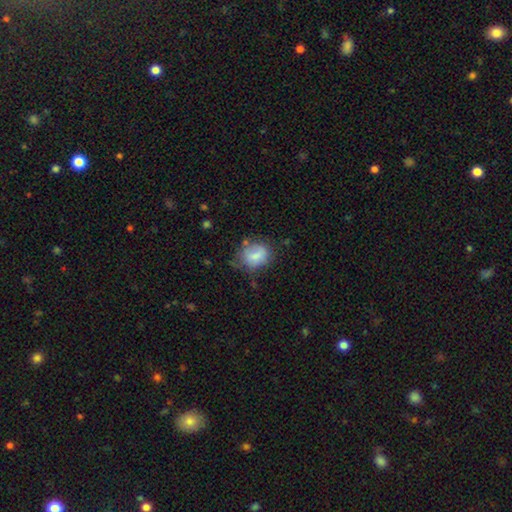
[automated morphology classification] Smooth or featured? Predicted: smooth (p=0.73). How rounded? Predicted: round (p=0.51). Merging? Predicted: none (p=0.49).